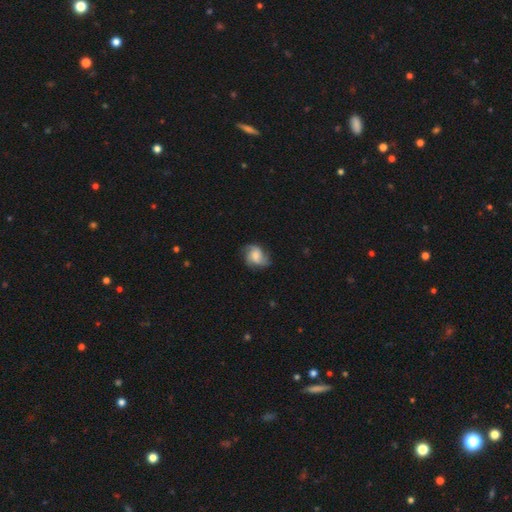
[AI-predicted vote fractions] Smooth or featured? featured or disk (52%)
Edge-on disk? no (97%)
Bar? no (65%)
Spiral arms? yes (88%)
Bulge size? moderate (44%)
Merging? none (63%)